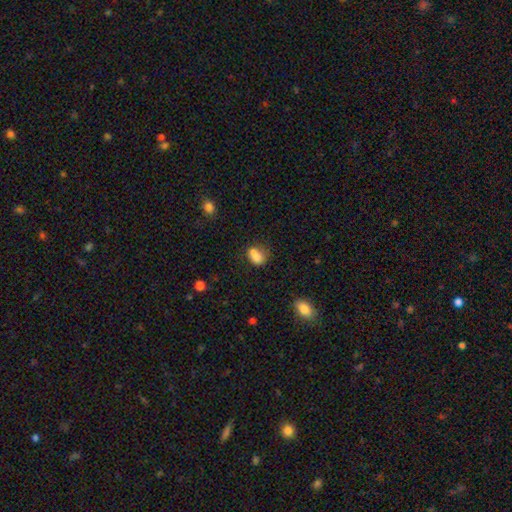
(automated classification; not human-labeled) smooth 76%, featured or disk 13%, star or artifact 11%. Down the decision tree: how rounded — in between (59%); merging — merger (44%).